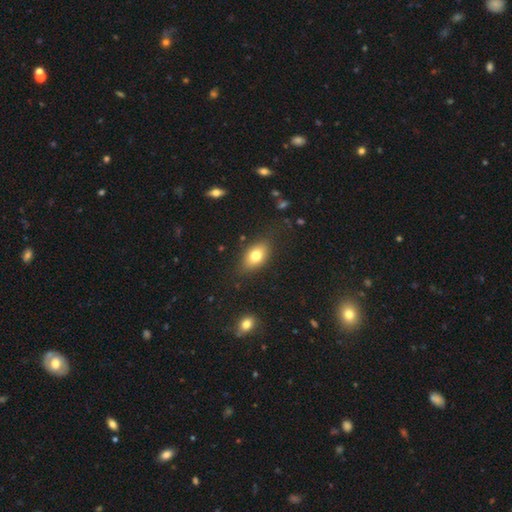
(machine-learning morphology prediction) smooth 77%, featured or disk 15%, star or artifact 9%. Down the decision tree: how rounded — in between (85%); merging — none (80%).